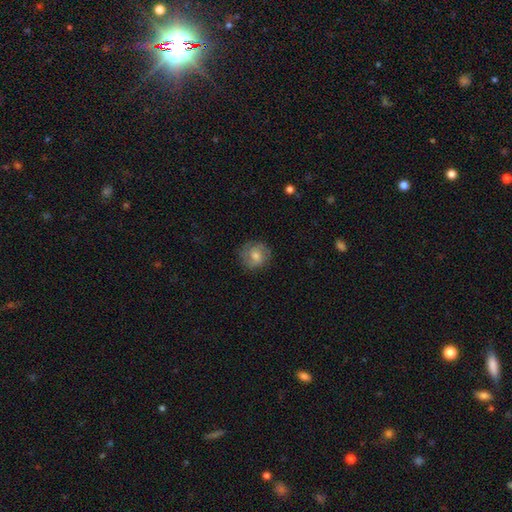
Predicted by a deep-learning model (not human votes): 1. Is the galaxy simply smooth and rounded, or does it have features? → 55% smooth, 37% featured or disk, 8% star or artifact.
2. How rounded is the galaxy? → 84% round, 15% in between, 1% cigar-shaped.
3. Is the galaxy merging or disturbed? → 79% none, 15% minor disturbance, 5% major disturbance, 1% merger.